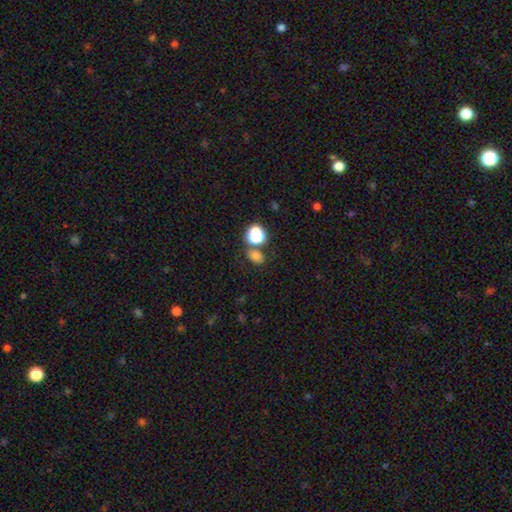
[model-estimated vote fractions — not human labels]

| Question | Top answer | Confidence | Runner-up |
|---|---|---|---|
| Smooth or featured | smooth | 73% | star or artifact (19%) |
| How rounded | in between | 55% | round (44%) |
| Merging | none | 67% | merger (17%) |